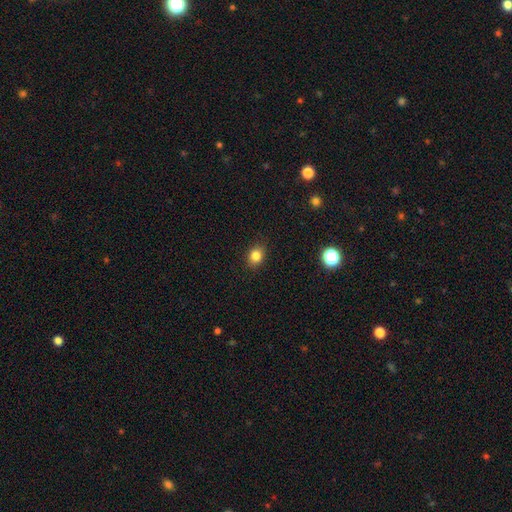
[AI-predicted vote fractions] Morphology: type=smooth (83%); roundness=round (50%); merging=none (88%).